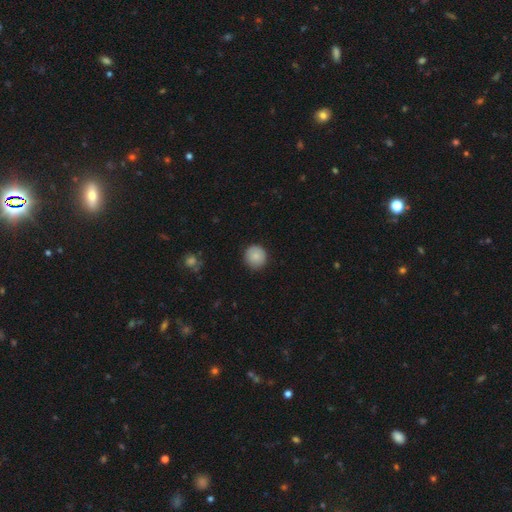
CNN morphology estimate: This is clearly a smooth galaxy (86%). How rounded: clearly round (93%). Merging: clearly none (89%).